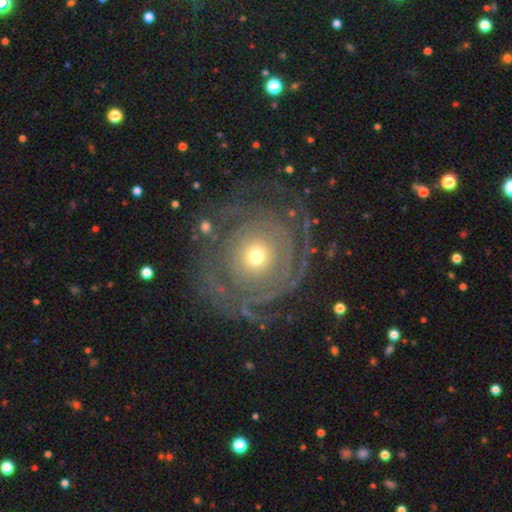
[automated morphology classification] This appears to be a featured or disk galaxy (79%) with no bar (86%), tight (71%) spiral arms (83%) and a small central bulge (50%). Merging: none (68%).